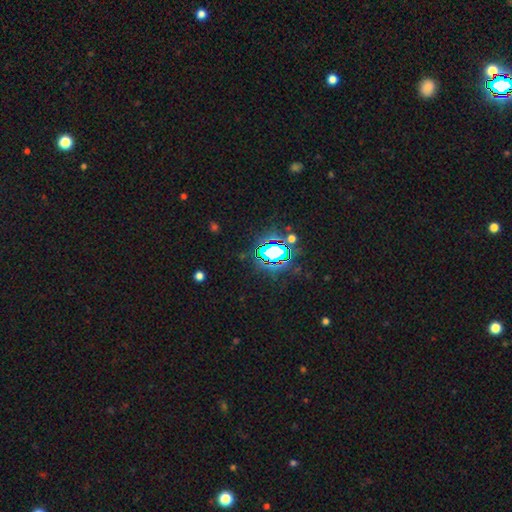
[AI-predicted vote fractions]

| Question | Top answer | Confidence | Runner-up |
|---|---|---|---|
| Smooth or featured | star or artifact | 82% | smooth (11%) |